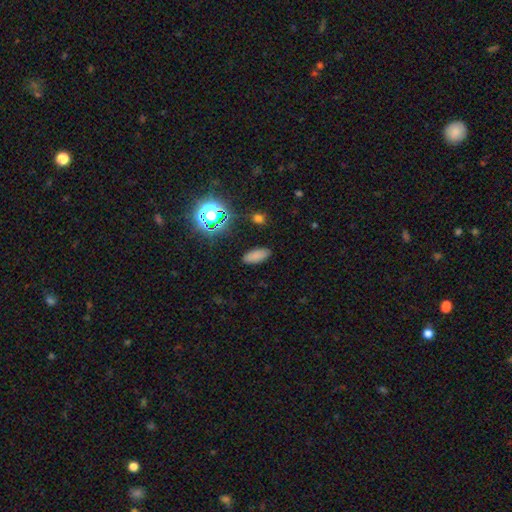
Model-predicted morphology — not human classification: Smooth or featured? Predicted: smooth (p=0.77). How rounded? Predicted: in between (p=0.84). Merging? Predicted: none (p=0.87).